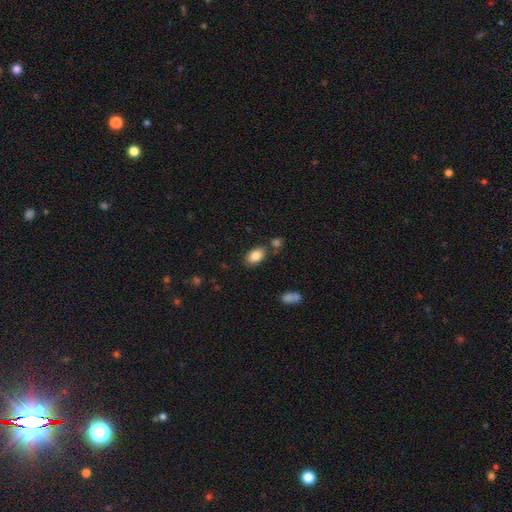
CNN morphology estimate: Smooth or featured: smooth — 85% (star or artifact — 8%)
How rounded: in between — 90% (round — 8%)
Merging: none — 75% (minor disturbance — 13%)